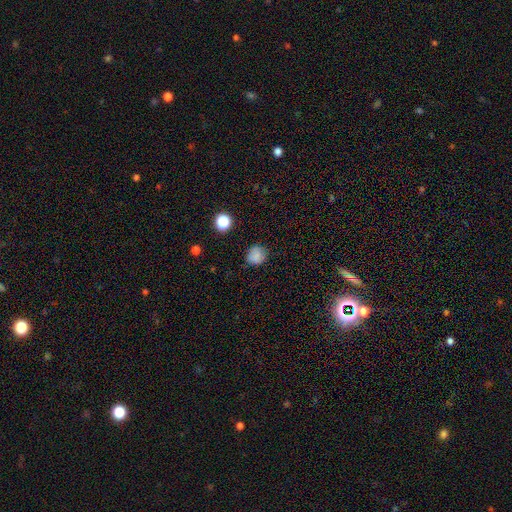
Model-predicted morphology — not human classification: Smooth or featured? smooth (82%)
How rounded? round (83%)
Merging? none (78%)